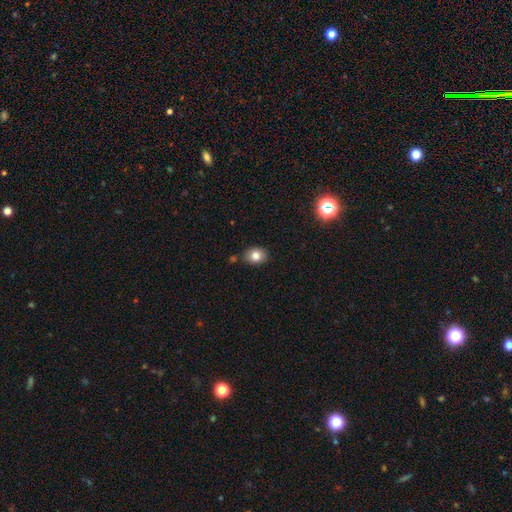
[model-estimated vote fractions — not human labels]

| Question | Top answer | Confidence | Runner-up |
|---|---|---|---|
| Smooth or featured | smooth | 82% | star or artifact (10%) |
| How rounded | in between | 56% | round (43%) |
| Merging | none | 81% | minor disturbance (12%) |